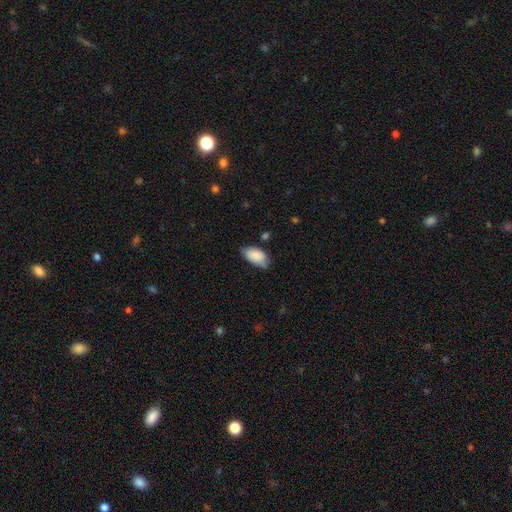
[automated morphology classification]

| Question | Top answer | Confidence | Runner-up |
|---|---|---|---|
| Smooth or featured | smooth | 86% | featured or disk (7%) |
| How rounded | in between | 94% | round (3%) |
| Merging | none | 65% | minor disturbance (29%) |